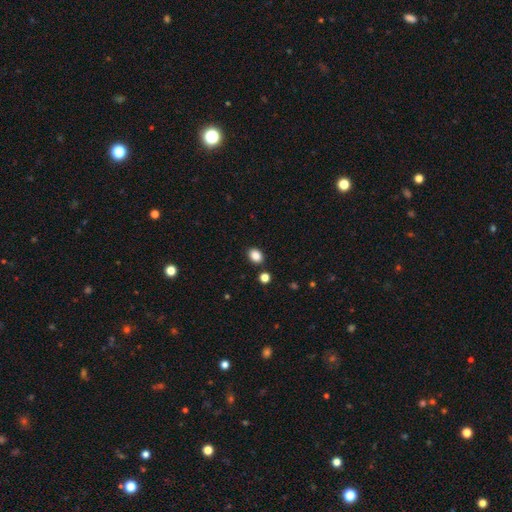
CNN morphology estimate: This is clearly a smooth galaxy (87%). How rounded: likely in between (65%). Merging: clearly none (85%).